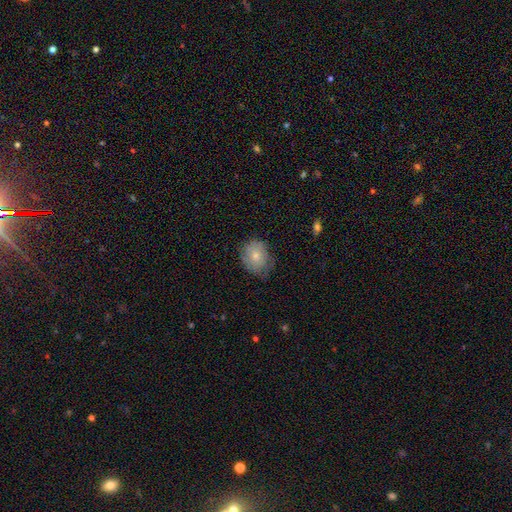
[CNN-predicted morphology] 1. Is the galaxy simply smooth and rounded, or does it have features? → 74% smooth, 19% featured or disk, 8% star or artifact.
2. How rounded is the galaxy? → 60% round, 40% in between, 1% cigar-shaped.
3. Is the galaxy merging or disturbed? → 62% none, 29% minor disturbance, 8% major disturbance, 1% merger.